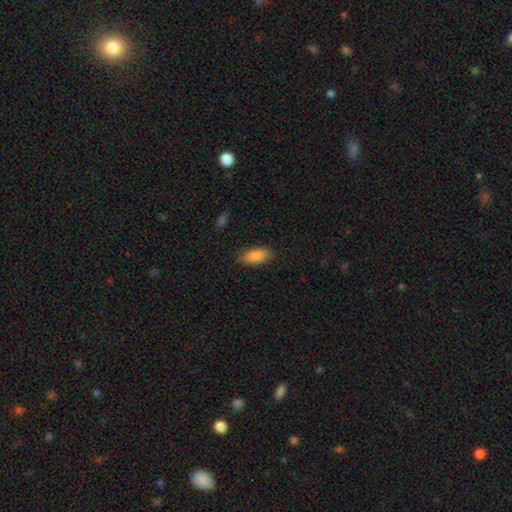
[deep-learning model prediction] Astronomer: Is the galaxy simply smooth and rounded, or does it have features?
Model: smooth — 88%.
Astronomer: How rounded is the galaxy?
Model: in between — 87%.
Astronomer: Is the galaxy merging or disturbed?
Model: none — 82%.